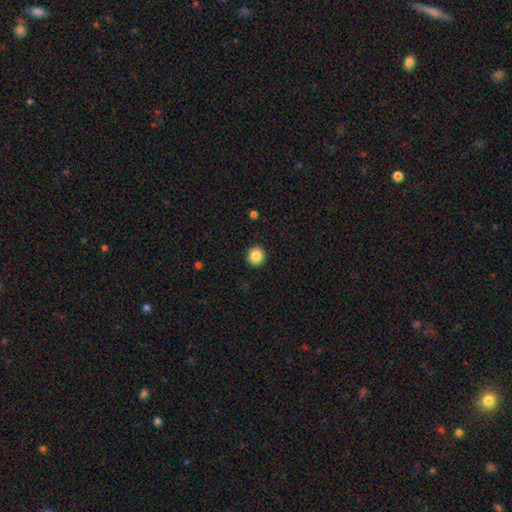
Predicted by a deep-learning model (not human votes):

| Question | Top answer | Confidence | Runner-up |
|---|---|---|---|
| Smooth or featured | smooth | 86% | star or artifact (9%) |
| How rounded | round | 90% | in between (9%) |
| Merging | none | 92% | minor disturbance (5%) |